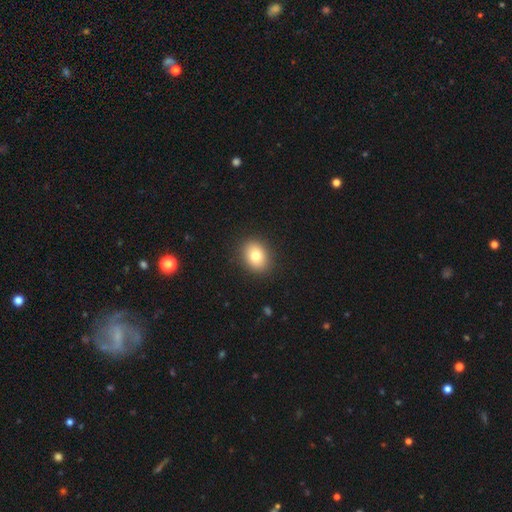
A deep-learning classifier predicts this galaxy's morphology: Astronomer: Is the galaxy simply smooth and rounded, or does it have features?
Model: smooth — 80%.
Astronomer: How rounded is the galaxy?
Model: in between — 50% (runner-up: round, 49%).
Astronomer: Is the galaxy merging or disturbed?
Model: none — 90%.